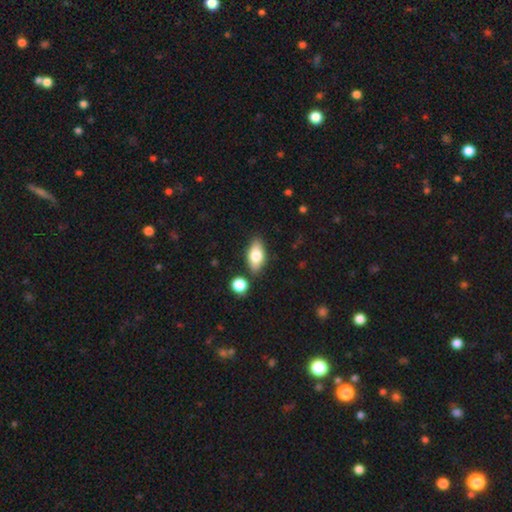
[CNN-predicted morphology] A smooth galaxy with no disk features (75%) that is in between round and cigar-shaped (86%). Merging: none (81%).